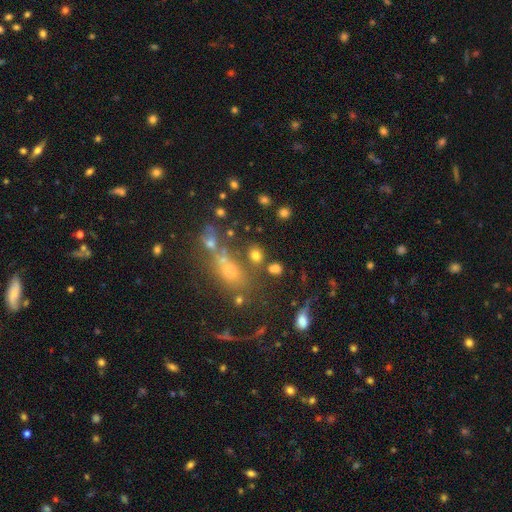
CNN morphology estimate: smooth_or_featured: smooth (p=0.72) [alt: star or artifact p=0.17]
how_rounded: in between (p=0.50) [alt: round p=0.48]
merging: none (p=0.62) [alt: merger p=0.19]